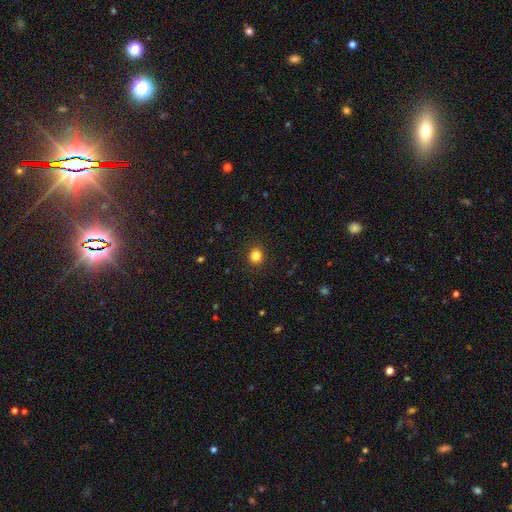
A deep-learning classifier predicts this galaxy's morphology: Smooth or featured? smooth (83%)
How rounded? round (90%)
Merging? none (92%)